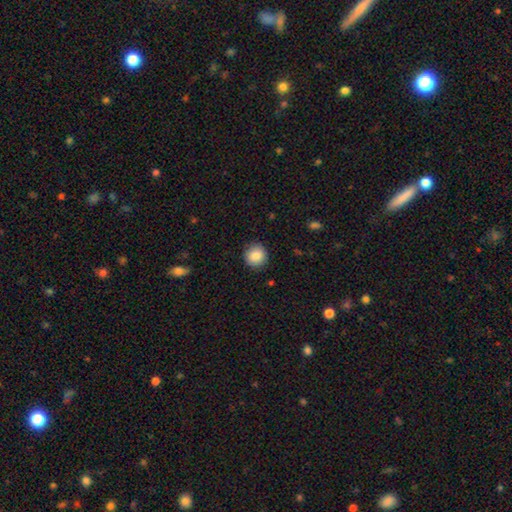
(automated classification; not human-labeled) The model was most divided on "smooth or featured": smooth: 86%, star or artifact: 8%, featured or disk: 6%. More confident: how rounded — round (91%); merging — none (89%).